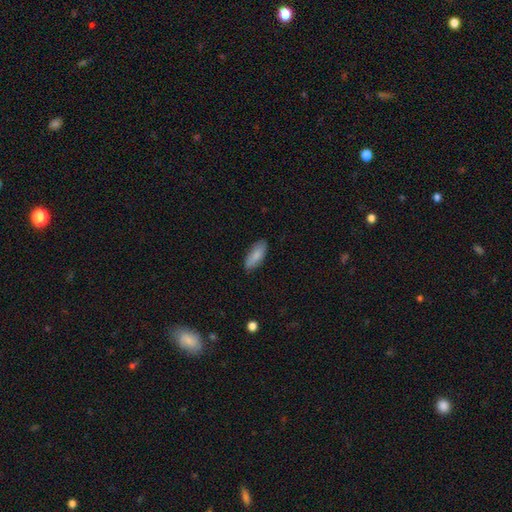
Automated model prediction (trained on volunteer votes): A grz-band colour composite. It shows a smooth galaxy with no disk features (85%) that is in between round and cigar-shaped (79%). Merging: none (82%).